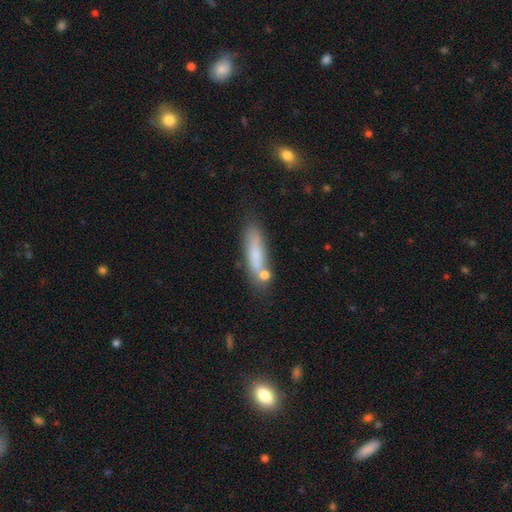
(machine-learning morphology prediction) The model was most divided on "how rounded": cigar-shaped: 70%, in between: 28%, round: 3%. More confident: smooth or featured — smooth (69%); merging — none (65%).